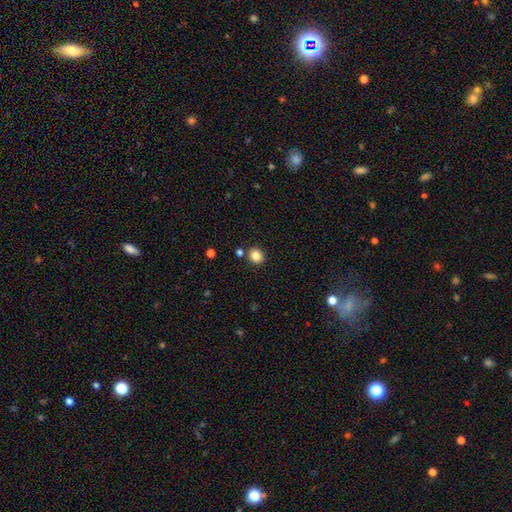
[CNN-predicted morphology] Smooth or featured? smooth (85%)
How rounded? round (73%)
Merging? none (84%)